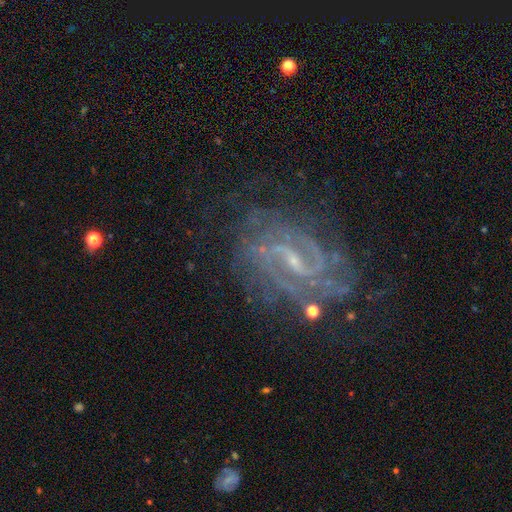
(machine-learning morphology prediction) type=featured or disk (85%); edge-on=no (97%); bar=weak (50%); spiral arms=yes (95%); winding=tight (50%); arm count=2 (41%); bulge=small (66%); merging=none (70%).